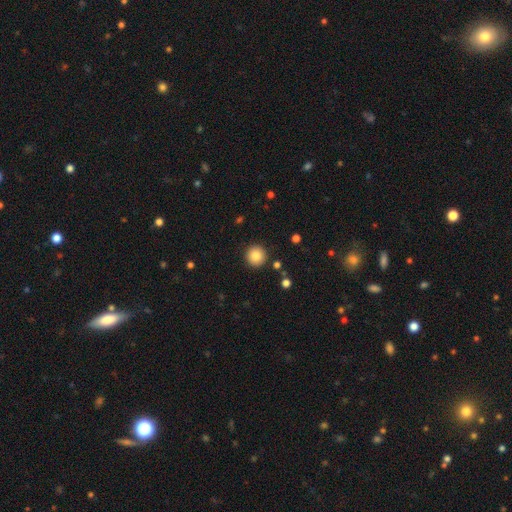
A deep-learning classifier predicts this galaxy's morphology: A smooth galaxy with no disk features (85%) that is round (95%). Merging: none (92%).